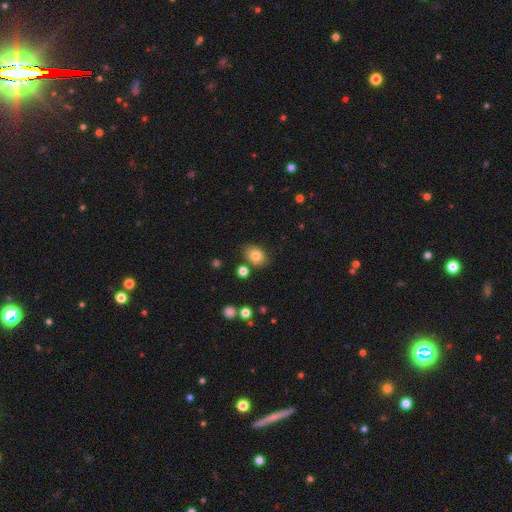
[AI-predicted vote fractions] Smooth or featured? smooth (80%)
How rounded? in between (69%)
Merging? none (78%)